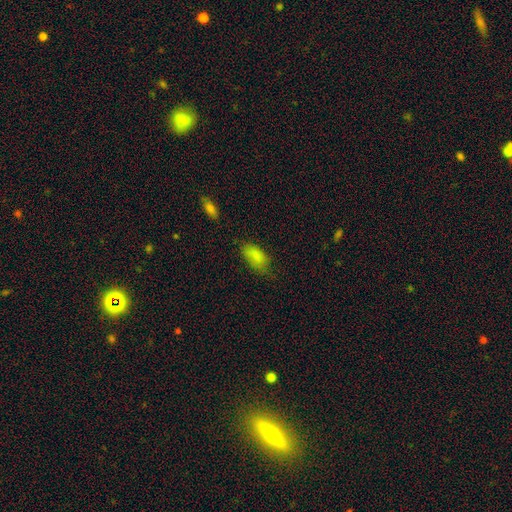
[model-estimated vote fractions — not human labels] Smooth or featured? Predicted: smooth (p=0.84). How rounded? Predicted: in between (p=0.91). Merging? Predicted: none (p=0.63).